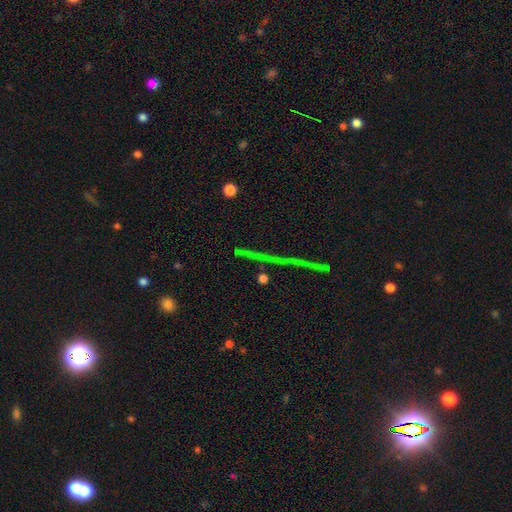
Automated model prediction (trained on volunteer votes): smooth_or_featured: star or artifact (p=0.70) [alt: featured or disk p=0.16]